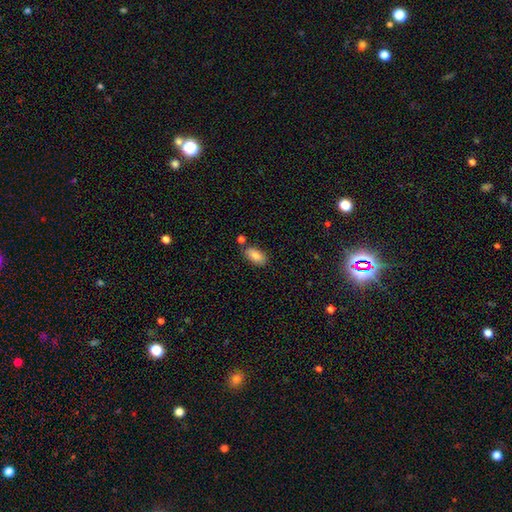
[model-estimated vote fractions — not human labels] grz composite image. It shows a smooth galaxy with no disk features (85%) that is in between round and cigar-shaped (92%). Merging: none (76%).